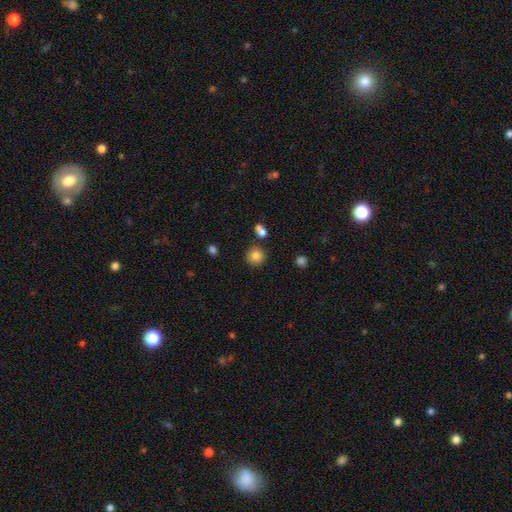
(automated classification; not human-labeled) A smooth galaxy with no disk features (83%) that is round (92%).

Vote fractions:
- Smooth or featured? smooth: 83% / star or artifact: 11% / featured or disk: 6%
- How rounded? round: 92% / in between: 7% / cigar-shaped: 1%
- Merging? none: 81% / minor disturbance: 8% / merger: 8% / major disturbance: 3%